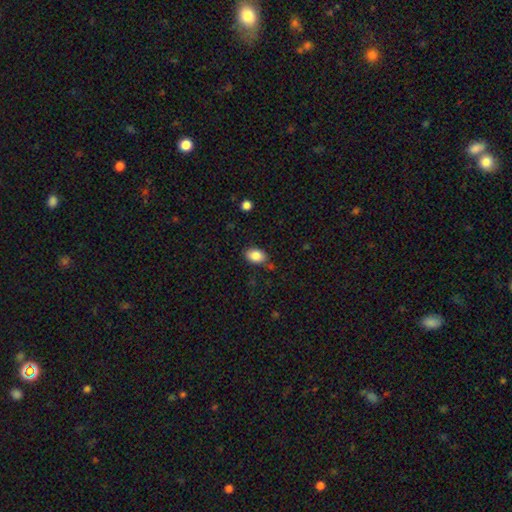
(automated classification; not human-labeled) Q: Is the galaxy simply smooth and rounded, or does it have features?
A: smooth — 86%.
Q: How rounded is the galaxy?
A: in between — 83%.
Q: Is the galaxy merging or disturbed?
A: none — 76%.